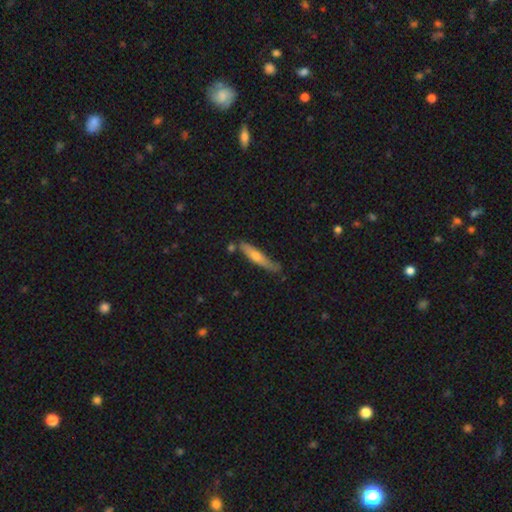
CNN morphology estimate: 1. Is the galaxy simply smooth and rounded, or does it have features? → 52% smooth, 42% featured or disk, 6% star or artifact.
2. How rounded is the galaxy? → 88% cigar-shaped, 10% in between, 2% round.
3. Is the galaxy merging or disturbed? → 69% none, 22% minor disturbance, 5% merger, 4% major disturbance.